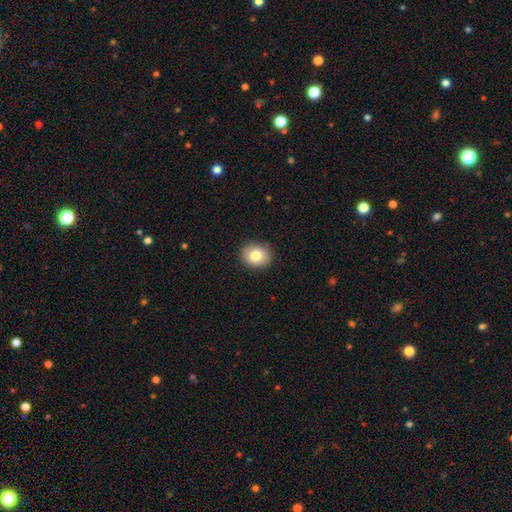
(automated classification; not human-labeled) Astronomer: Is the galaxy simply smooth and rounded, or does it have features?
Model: smooth — 80%.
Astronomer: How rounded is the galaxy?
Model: round — 61% (runner-up: in between, 38%).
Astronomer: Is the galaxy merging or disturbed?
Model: none — 89%.